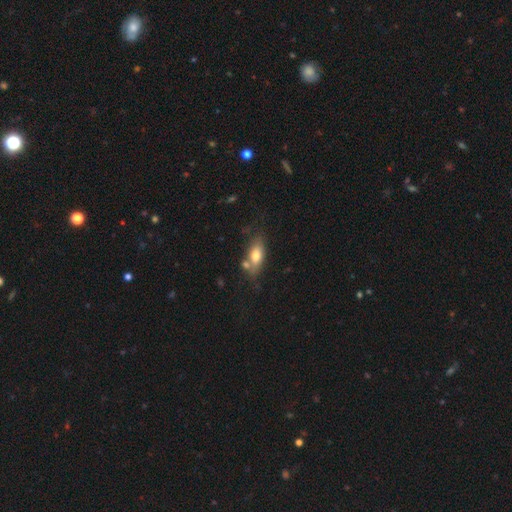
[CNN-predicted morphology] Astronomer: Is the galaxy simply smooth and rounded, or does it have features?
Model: smooth — 72%.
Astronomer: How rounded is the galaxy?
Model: in between — 80%.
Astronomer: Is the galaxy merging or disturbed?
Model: none — 60%.